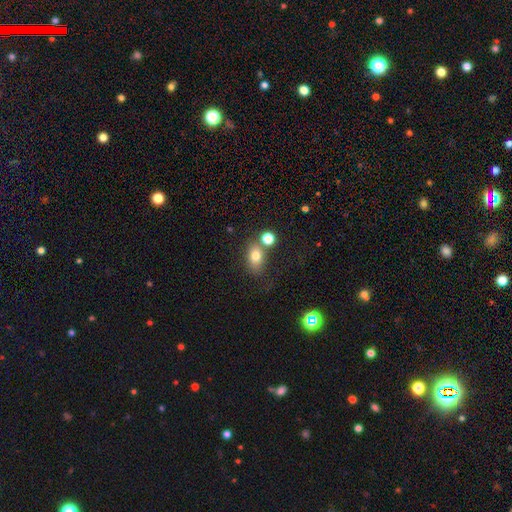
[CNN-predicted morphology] smooth 76%, star or artifact 12%, featured or disk 12%. Down the decision tree: how rounded — in between (73%); merging — none (61%).